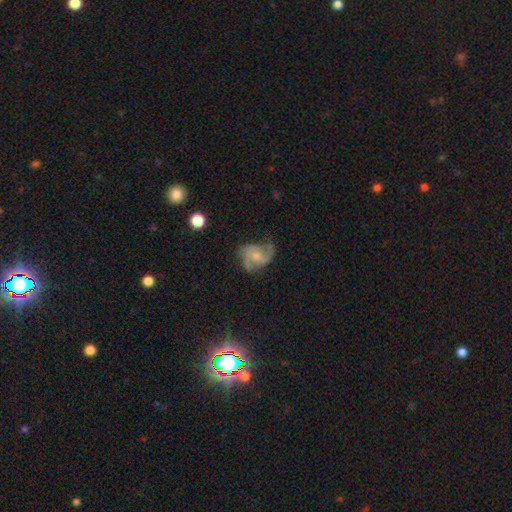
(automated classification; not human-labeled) A featured or disk galaxy (76%) with no bar (67%), 2 (68%) medium (50%) spiral arms (93%) and a moderate central bulge (48%). Merging: none (56%).